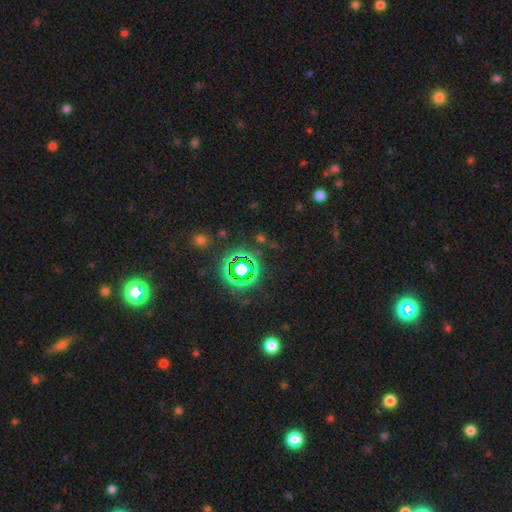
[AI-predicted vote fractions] A star or artifact, not a galaxy (61%).

Vote fractions:
- Smooth or featured? star or artifact: 61% / smooth: 31% / featured or disk: 8%